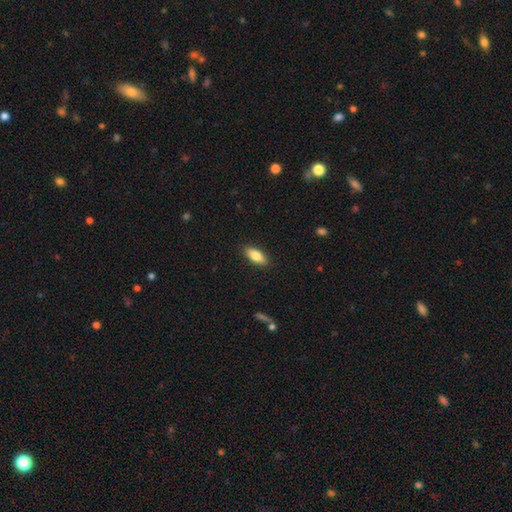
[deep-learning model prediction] Smooth or featured: smooth — 78% (featured or disk — 15%)
How rounded: in between — 76% (cigar-shaped — 22%)
Merging: none — 89% (minor disturbance — 8%)